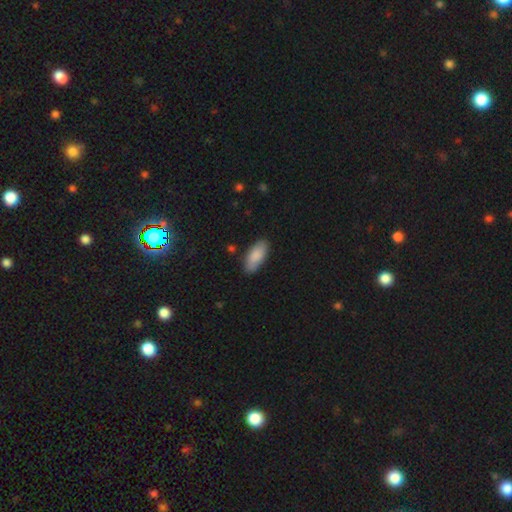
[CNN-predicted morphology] The model was most divided on "merging": none: 84%, minor disturbance: 12%, major disturbance: 2%, merger: 1%. More confident: smooth or featured — smooth (87%); how rounded — in between (86%).